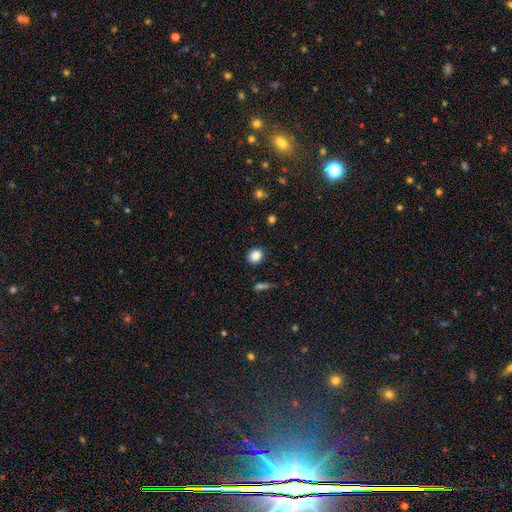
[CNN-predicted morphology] Overall: smooth (85%). How rounded: round (77%). Merging: none (88%).